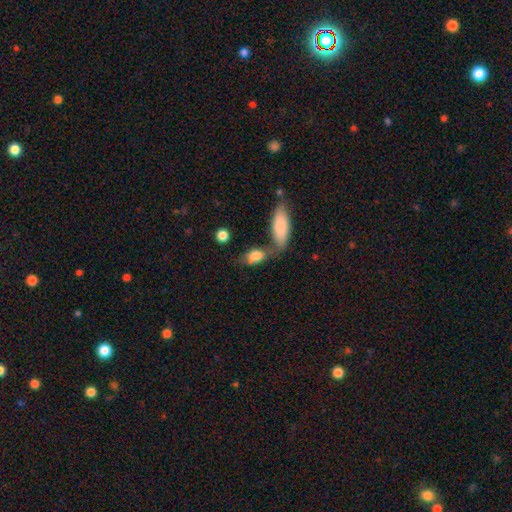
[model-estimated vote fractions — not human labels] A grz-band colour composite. It shows a smooth galaxy with no disk features (73%) that is in between round and cigar-shaped (81%). Merging: merger (40%).